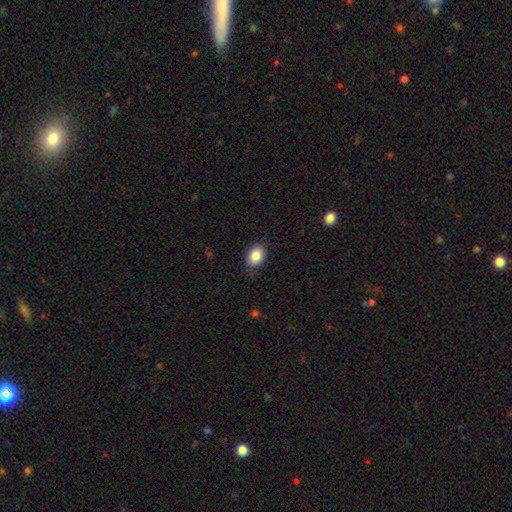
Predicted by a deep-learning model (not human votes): The model was most divided on "how rounded": in between: 78%, round: 21%, cigar-shaped: 1%. More confident: smooth or featured — smooth (86%); merging — none (82%).